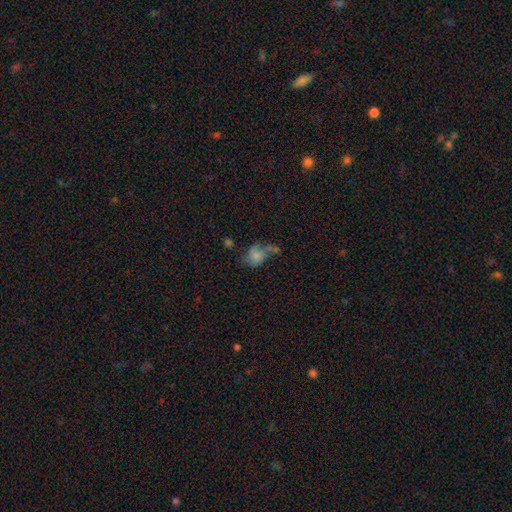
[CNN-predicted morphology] Q: Smooth or featured?
A: smooth (55%); runner-up: featured or disk (32%)
Q: How rounded?
A: in between (65%); runner-up: round (34%)
Q: Merging?
A: none (30%); runner-up: major disturbance (26%)